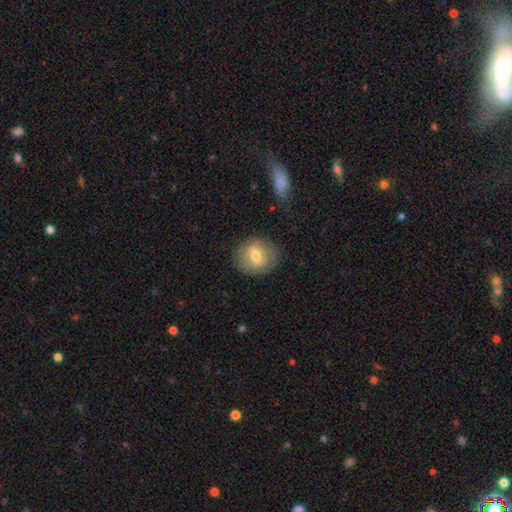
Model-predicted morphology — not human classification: Overall: smooth (64%; featured or disk 28%). How rounded: round (75%). Merging: none (81%).